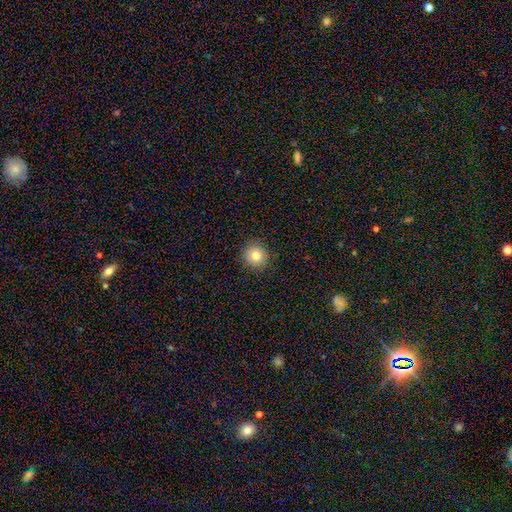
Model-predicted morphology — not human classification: Smooth or featured?
  - smooth: 80% *
  - star or artifact: 11%
  - featured or disk: 9%
How rounded?
  - round: 92% *
  - in between: 7%
  - cigar-shaped: 1%
Merging?
  - none: 90% *
  - minor disturbance: 7%
  - major disturbance: 2%
  - merger: 1%